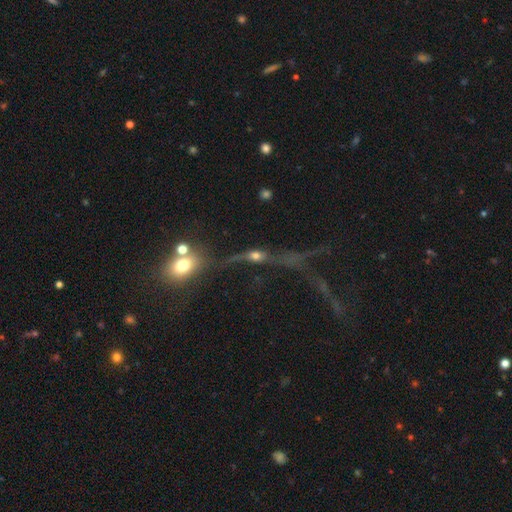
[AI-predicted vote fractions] This is possibly a featured or disk galaxy (52%). It is possibly viewed edge-on (52%). Merging: marginally major disturbance (33%, tied with none).